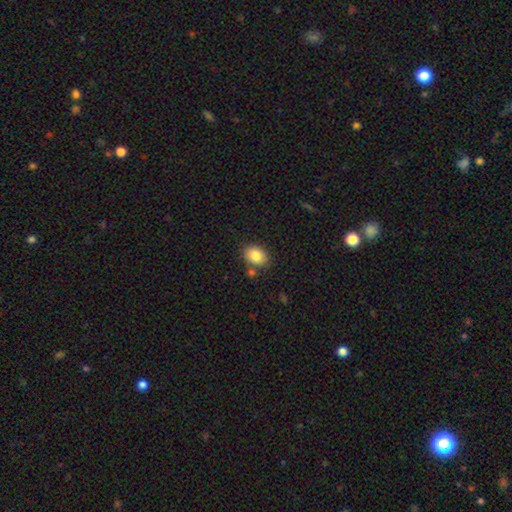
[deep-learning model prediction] This is clearly a smooth galaxy (85%). How rounded: likely in between (73%). Merging: likely none (78%).